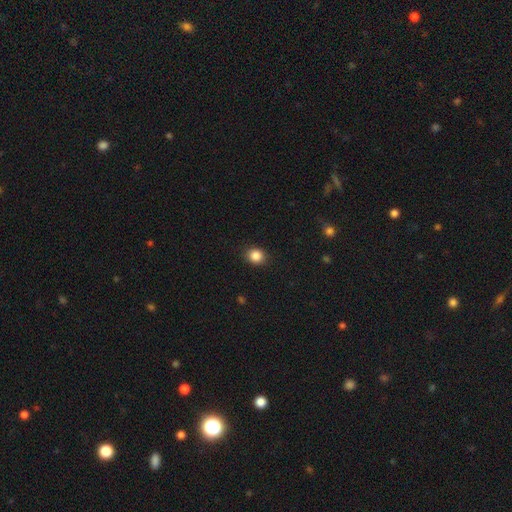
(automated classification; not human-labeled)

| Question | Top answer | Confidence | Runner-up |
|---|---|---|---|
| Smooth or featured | smooth | 86% | star or artifact (10%) |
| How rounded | round | 72% | in between (27%) |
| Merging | none | 89% | minor disturbance (8%) |